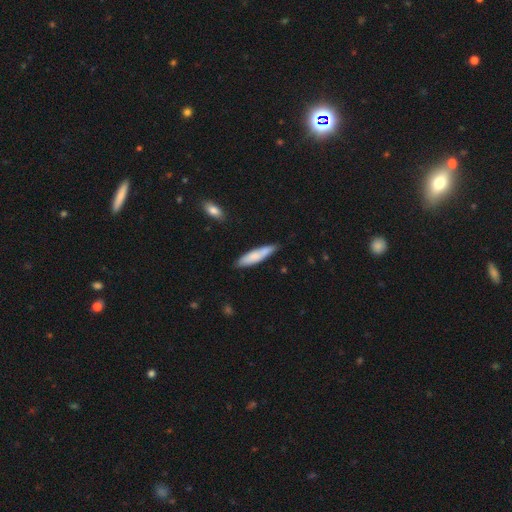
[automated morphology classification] smooth-or-featured: smooth: 77% | featured or disk: 18% | star or artifact: 6%
  how-rounded: cigar-shaped: 74% | in between: 25% | round: 1%
  merging: none: 73% | minor disturbance: 21% | merger: 4% | major disturbance: 3%